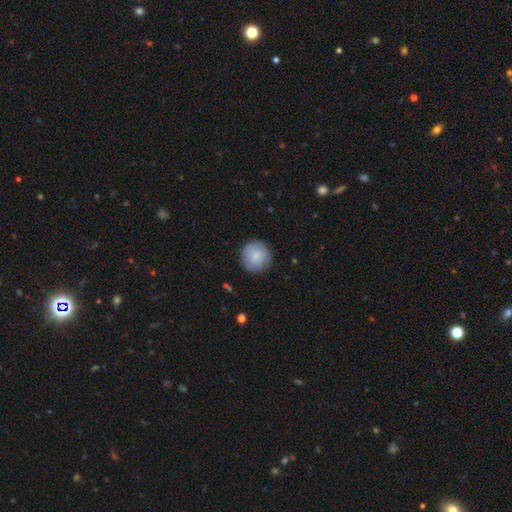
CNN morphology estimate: This is likely a smooth galaxy (80%). How rounded: clearly round (94%). Merging: clearly none (85%).